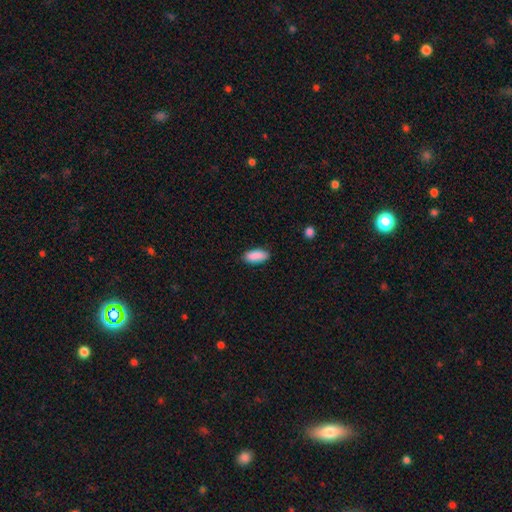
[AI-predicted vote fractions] Smooth or featured? smooth (90%)
How rounded? in between (86%)
Merging? none (85%)